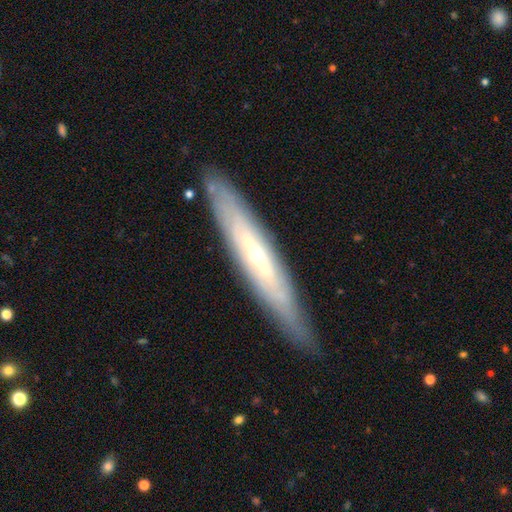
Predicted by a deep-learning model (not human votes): This appears to be a featured or disk galaxy (69%) viewed edge-on (67%). Merging: none (83%).